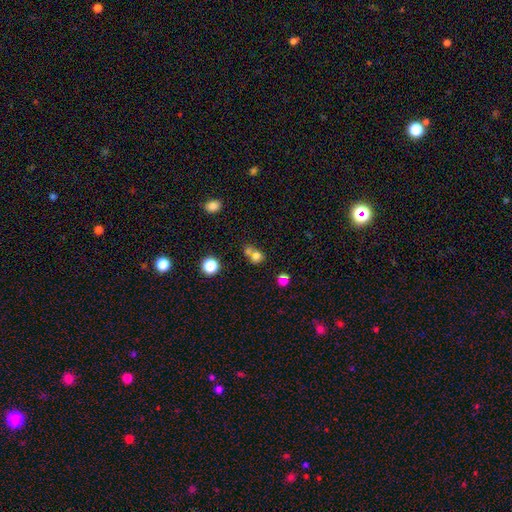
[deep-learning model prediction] The model was most divided on "merging": merger: 52%, none: 37%, minor disturbance: 7%, major disturbance: 4%. More confident: smooth or featured — smooth (73%); how rounded — round (72%).